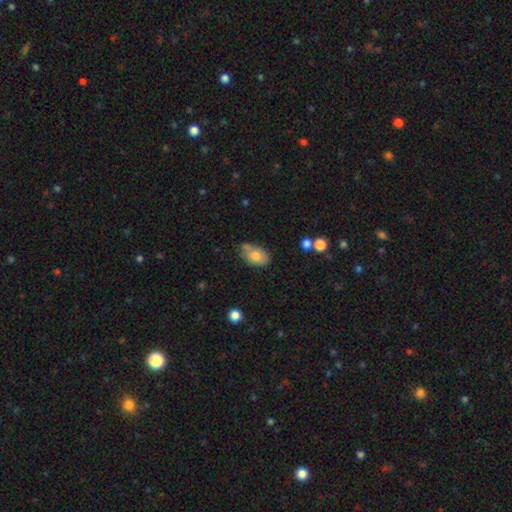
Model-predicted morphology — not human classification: This is likely a smooth galaxy (76%). How rounded: clearly in between (88%). Merging: possibly none (55%).